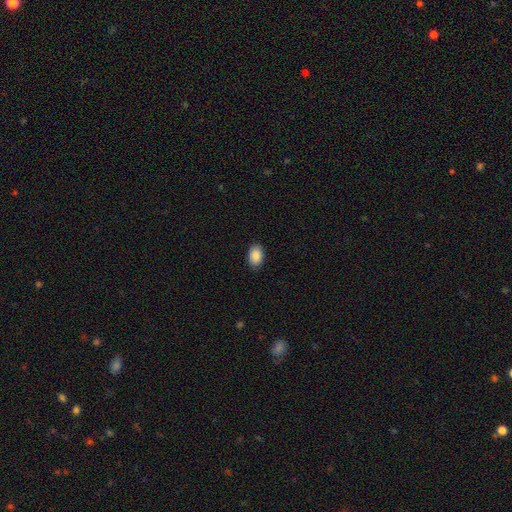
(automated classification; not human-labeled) Smooth or featured? smooth (88%)
How rounded? in between (89%)
Merging? none (88%)